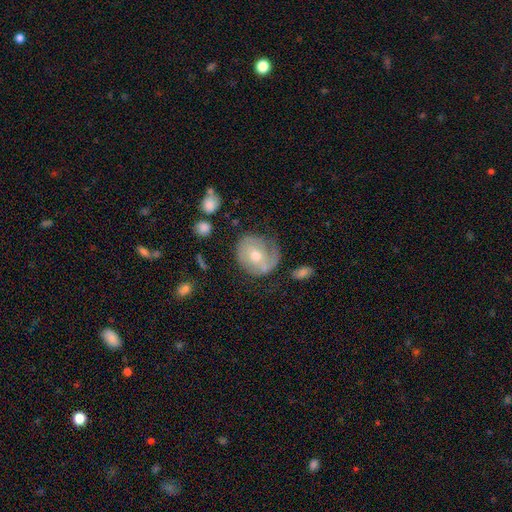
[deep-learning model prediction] featured or disk 63%, smooth 30%, star or artifact 7%. Down the decision tree: edge-on disk — no (97%); bar — no (65%); spiral arms — yes (78%); bulge size — moderate (71%); merging — none (57%).